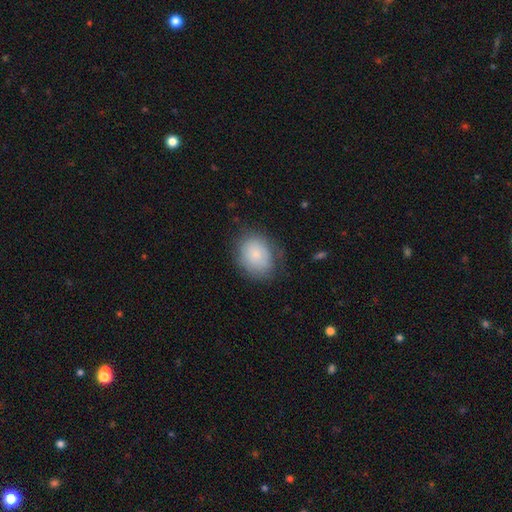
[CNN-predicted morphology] A smooth galaxy with no disk features (79%) that is round (51%). Merging: none (71%).